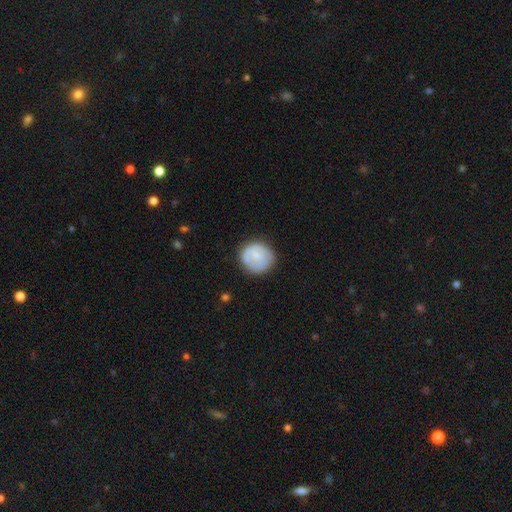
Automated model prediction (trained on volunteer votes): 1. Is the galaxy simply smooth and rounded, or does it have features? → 65% smooth, 29% featured or disk, 7% star or artifact.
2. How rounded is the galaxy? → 89% round, 10% in between, 1% cigar-shaped.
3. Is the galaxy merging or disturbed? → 75% none, 18% minor disturbance, 5% major disturbance, 2% merger.